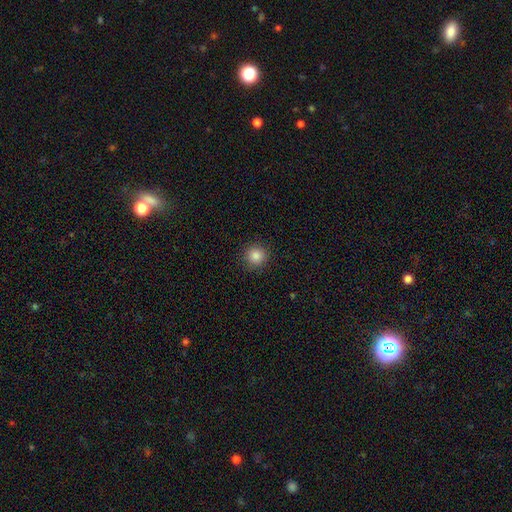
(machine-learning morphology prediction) Smooth or featured? smooth (85%)
How rounded? round (94%)
Merging? none (91%)